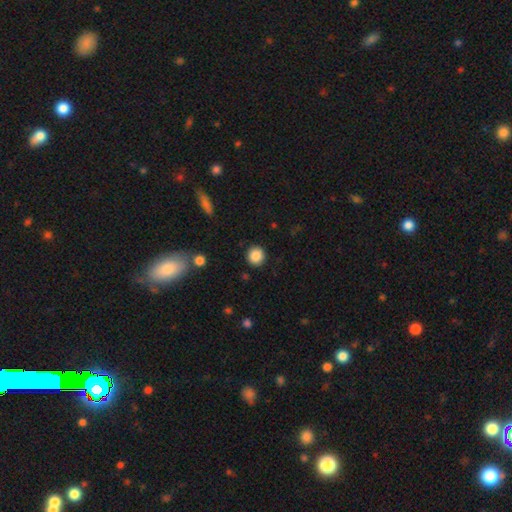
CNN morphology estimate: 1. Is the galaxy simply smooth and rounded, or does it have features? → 87% smooth, 9% star or artifact, 4% featured or disk.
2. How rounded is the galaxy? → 91% round, 8% in between, 1% cigar-shaped.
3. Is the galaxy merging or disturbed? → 91% none, 6% minor disturbance, 2% major disturbance, 1% merger.